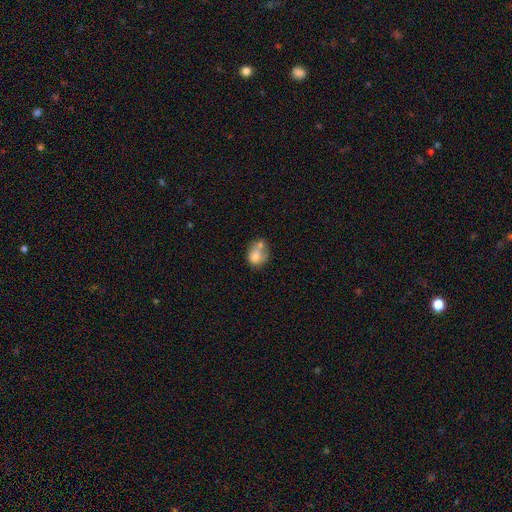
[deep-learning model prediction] smooth_or_featured: smooth (p=0.69) [alt: featured or disk p=0.22]
how_rounded: round (p=0.53) [alt: in between p=0.46]
merging: merger (p=0.46) [alt: none p=0.30]